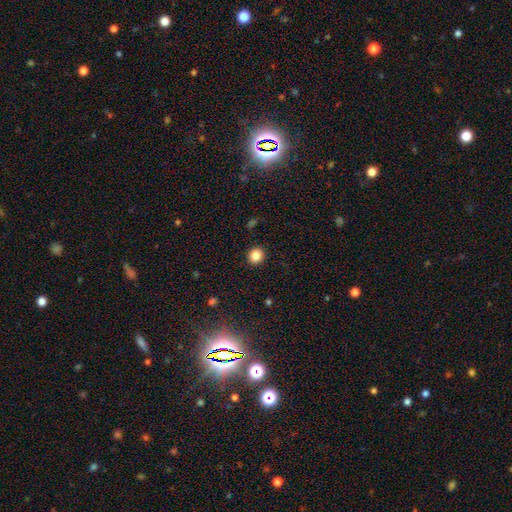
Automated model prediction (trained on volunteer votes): Smooth or featured: smooth — 85% (star or artifact — 11%)
How rounded: round — 88% (in between — 11%)
Merging: none — 92% (minor disturbance — 5%)